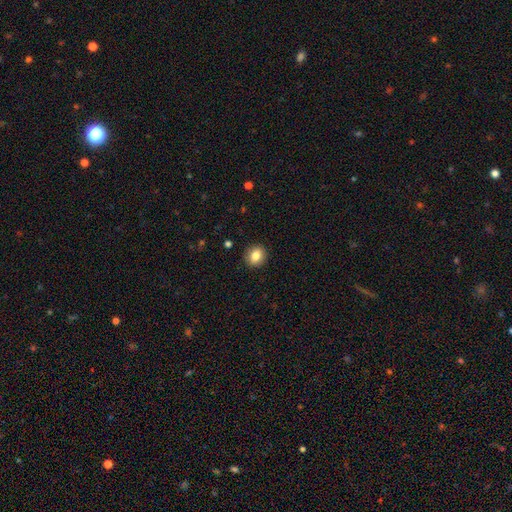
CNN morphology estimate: This appears to be a smooth galaxy with no disk features (83%) that is round (68%). Merging: none (90%).